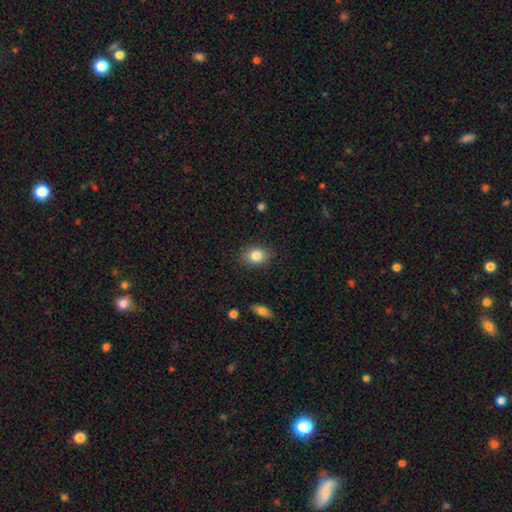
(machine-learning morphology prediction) Q: Smooth or featured?
A: smooth (84%); runner-up: star or artifact (9%)
Q: How rounded?
A: in between (58%); runner-up: round (41%)
Q: Merging?
A: none (86%); runner-up: minor disturbance (10%)